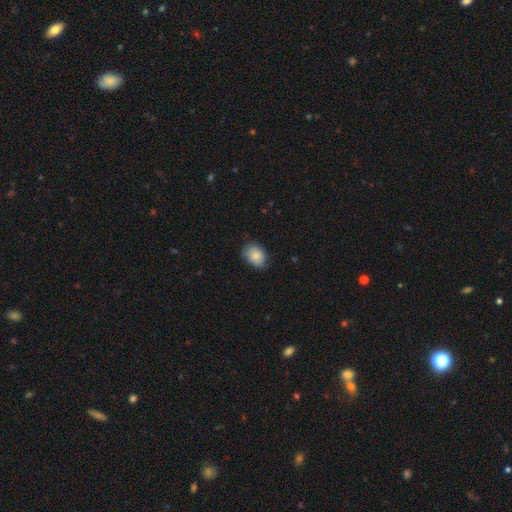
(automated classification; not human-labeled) This is likely a smooth galaxy (79%). How rounded: likely in between (67%). Merging: likely none (68%).